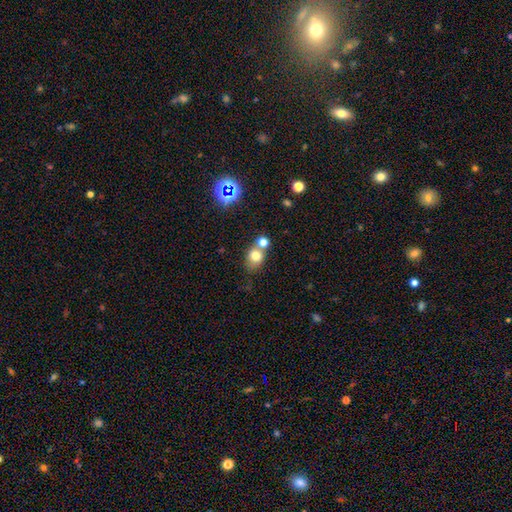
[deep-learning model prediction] Overall: smooth (75%). How rounded: round (58%; in between 41%). Merging: none (49%; merger 35%).